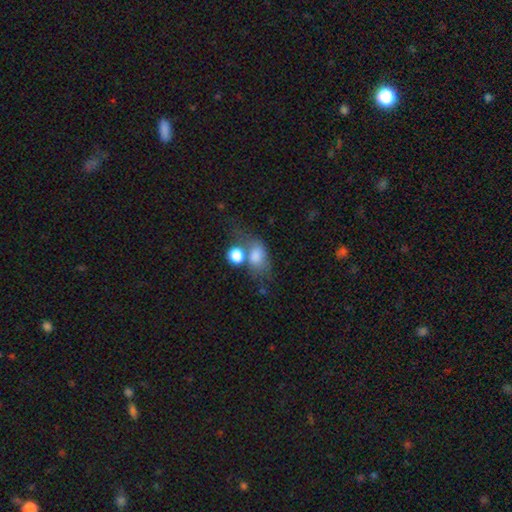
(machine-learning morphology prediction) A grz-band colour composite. It shows a smooth galaxy with no disk features (76%) that is in between round and cigar-shaped (70%). Merging: merger (36%).